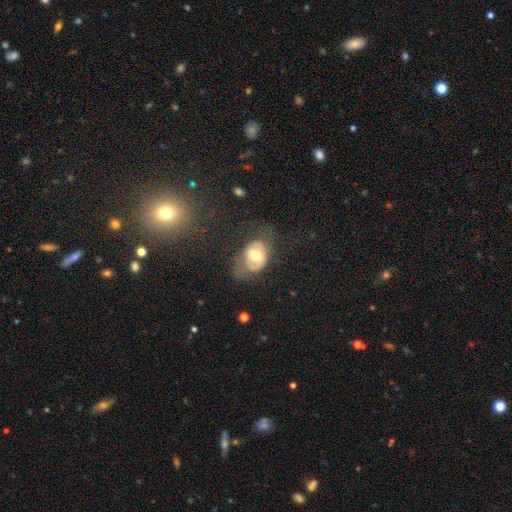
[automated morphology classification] This appears to be a featured or disk galaxy (49%). Merging: none (50%).